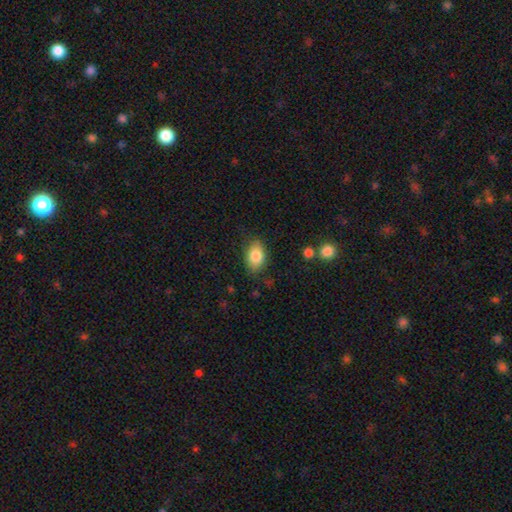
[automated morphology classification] A smooth galaxy with no disk features (83%) that is in between round and cigar-shaped (85%).

Vote fractions:
- Smooth or featured? smooth: 83% / featured or disk: 10% / star or artifact: 8%
- How rounded? in between: 85% / round: 13% / cigar-shaped: 2%
- Merging? none: 81% / minor disturbance: 15% / major disturbance: 3% / merger: 2%